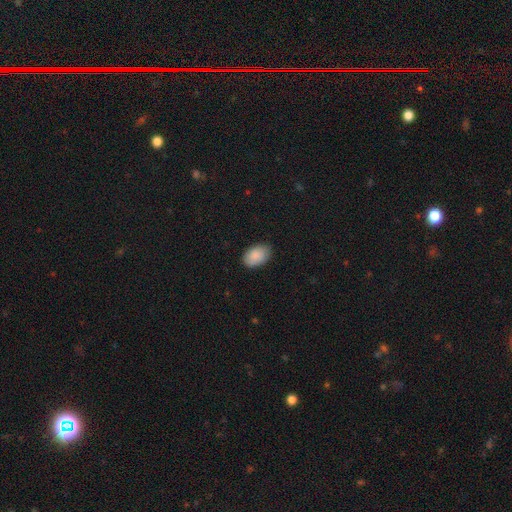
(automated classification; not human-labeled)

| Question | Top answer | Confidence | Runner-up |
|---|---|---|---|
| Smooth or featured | smooth | 89% | star or artifact (6%) |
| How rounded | in between | 89% | round (10%) |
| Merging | none | 84% | minor disturbance (12%) |